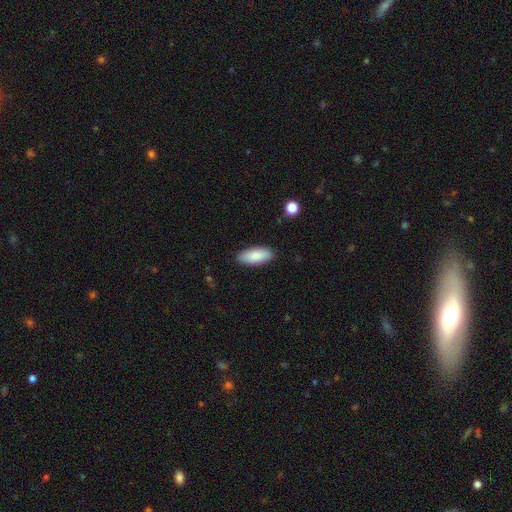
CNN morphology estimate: type=smooth (86%); roundness=in between (82%); merging=none (88%).